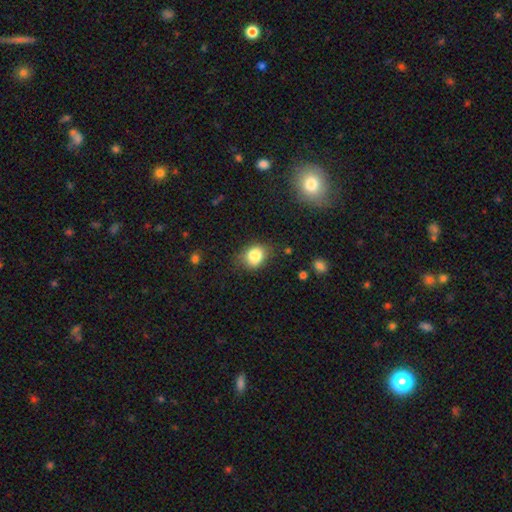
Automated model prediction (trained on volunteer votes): Overall: smooth (82%). How rounded: in between (50%; round 49%). Merging: none (63%; minor disturbance 26%).